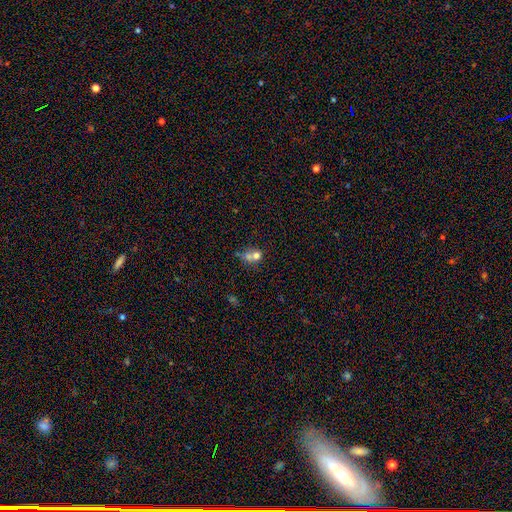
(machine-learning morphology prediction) smooth-or-featured: smooth: 62% | featured or disk: 19% | star or artifact: 19%
  how-rounded: round: 66% | in between: 33% | cigar-shaped: 2%
  merging: merger: 45% | none: 35% | minor disturbance: 12% | major disturbance: 9%